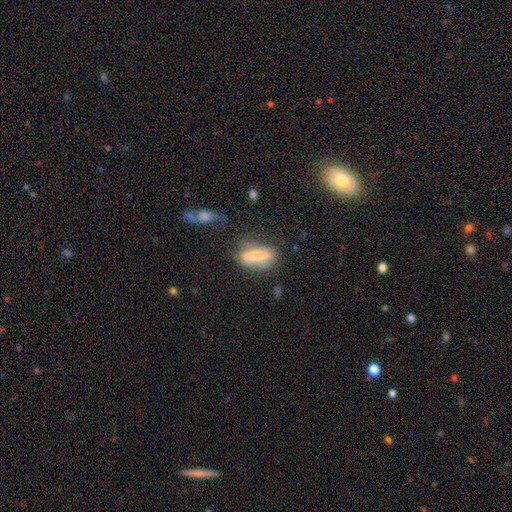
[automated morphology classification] Overall: smooth (51%; featured or disk 41%). How rounded: in between (54%; cigar-shaped 42%). Merging: none (59%; minor disturbance 22%).